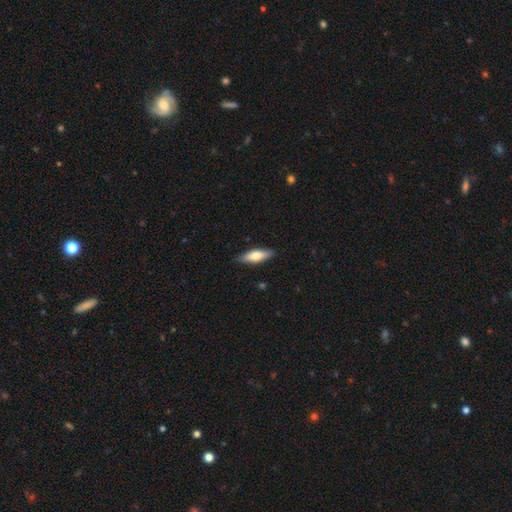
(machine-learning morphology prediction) smooth_or_featured: smooth (p=0.62) [alt: featured or disk p=0.32]
how_rounded: cigar-shaped (p=0.53) [alt: in between p=0.45]
merging: none (p=0.86) [alt: minor disturbance p=0.11]